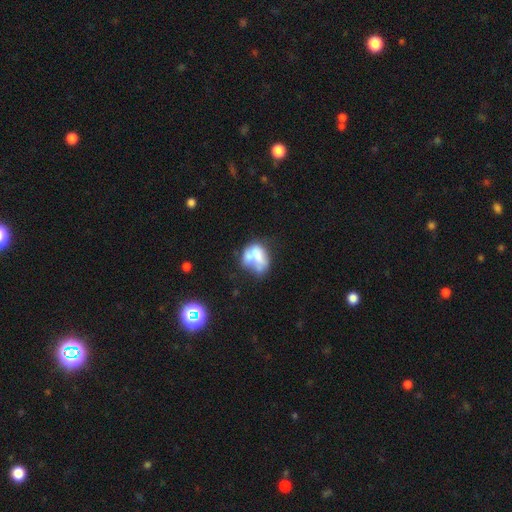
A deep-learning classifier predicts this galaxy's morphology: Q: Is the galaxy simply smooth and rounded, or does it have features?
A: smooth — 53%.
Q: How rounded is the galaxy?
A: in between — 72%.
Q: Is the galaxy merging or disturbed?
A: merger — 35%.